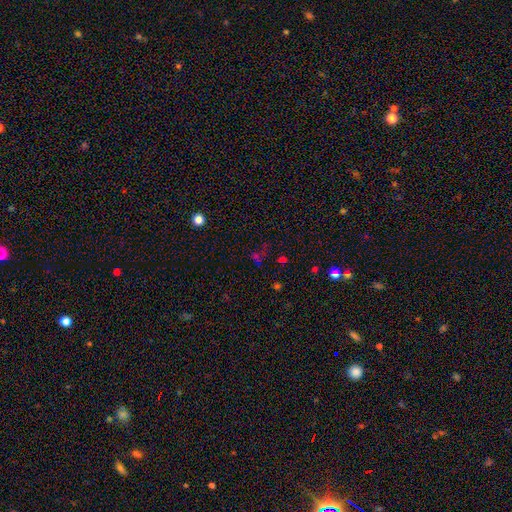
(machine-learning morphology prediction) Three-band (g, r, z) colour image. It shows a star or artifact, not a galaxy (53%).